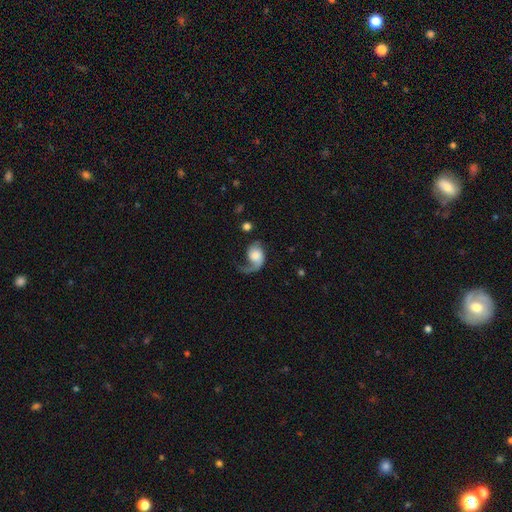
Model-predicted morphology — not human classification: Smooth or featured: featured or disk — 67% (smooth — 26%)
Edge-on disk: no — 98% (yes — 2%)
Bar: no — 73% (weak — 22%)
Spiral arms: yes — 92% (no — 8%)
Spiral winding: loose — 68% (medium — 24%)
Spiral arm count: 1 — 75% (2 — 20%)
Bulge size: large — 31% (moderate — 28%)
Merging: major disturbance — 43% (none — 35%)